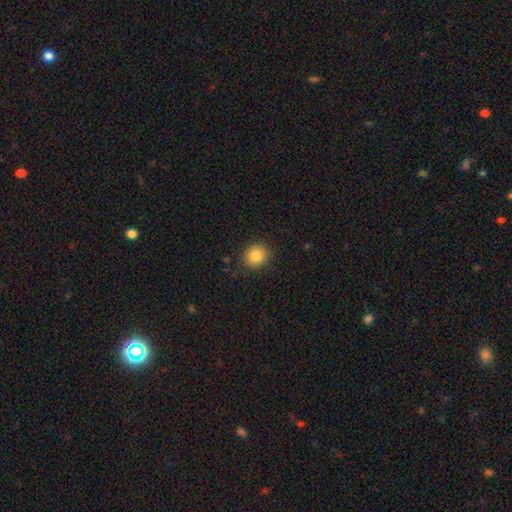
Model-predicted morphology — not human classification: type=smooth (85%); roundness=round (80%); merging=none (87%).